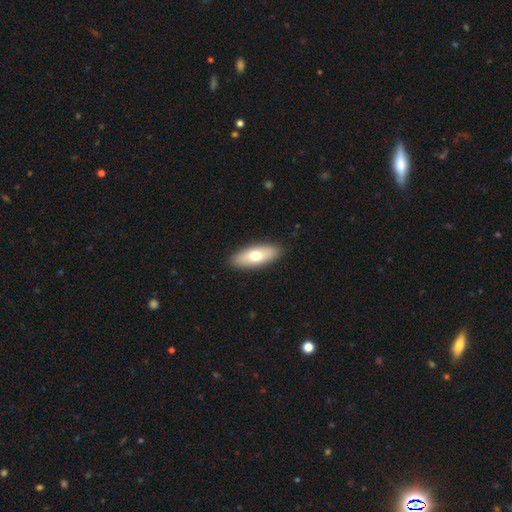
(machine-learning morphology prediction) smooth-or-featured: smooth: 69% | featured or disk: 26% | star or artifact: 5%
  how-rounded: in between: 74% | cigar-shaped: 23% | round: 3%
  merging: none: 90% | minor disturbance: 8% | major disturbance: 2% | merger: 1%